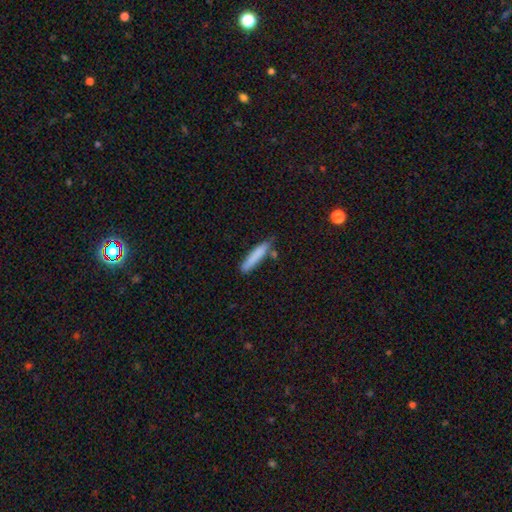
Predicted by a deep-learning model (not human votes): Q: Smooth or featured?
A: smooth (81%); runner-up: featured or disk (13%)
Q: How rounded?
A: cigar-shaped (90%); runner-up: in between (9%)
Q: Merging?
A: none (73%); runner-up: minor disturbance (18%)